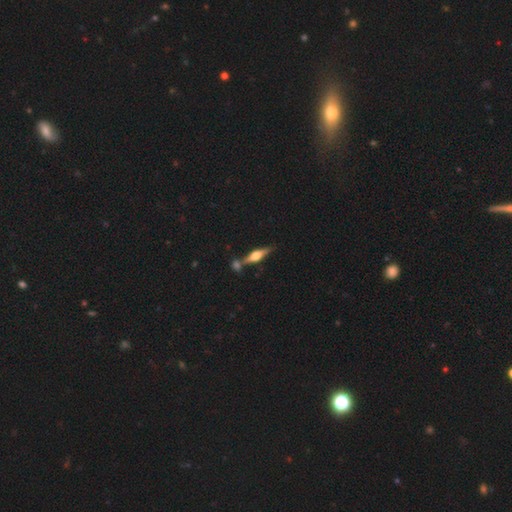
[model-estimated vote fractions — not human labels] Smooth or featured? featured or disk (67%)
Edge-on disk? yes (95%)
Edge-on bulge? rounded (90%)
Merging? none (67%)